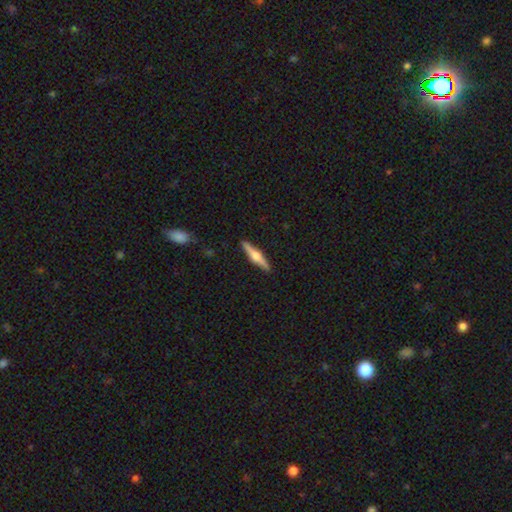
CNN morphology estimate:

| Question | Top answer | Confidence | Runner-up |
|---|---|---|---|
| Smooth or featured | featured or disk | 59% | smooth (35%) |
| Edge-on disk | yes | 97% | no (3%) |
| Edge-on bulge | rounded | 87% | boxy (8%) |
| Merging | none | 90% | minor disturbance (7%) |